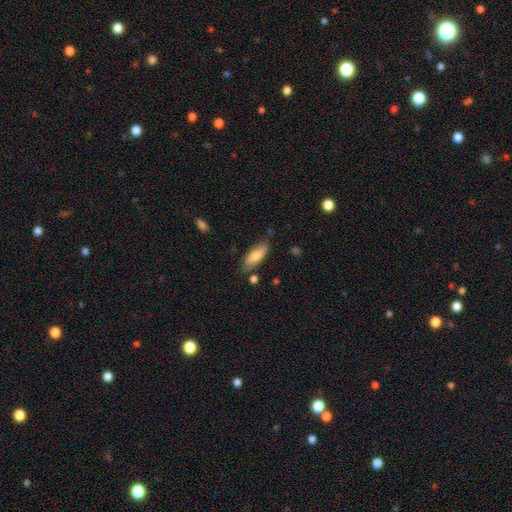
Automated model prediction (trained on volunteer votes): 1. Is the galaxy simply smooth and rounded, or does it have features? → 75% smooth, 19% featured or disk, 6% star or artifact.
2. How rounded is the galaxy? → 66% in between, 32% cigar-shaped, 2% round.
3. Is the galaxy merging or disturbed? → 74% none, 18% minor disturbance, 4% merger, 4% major disturbance.